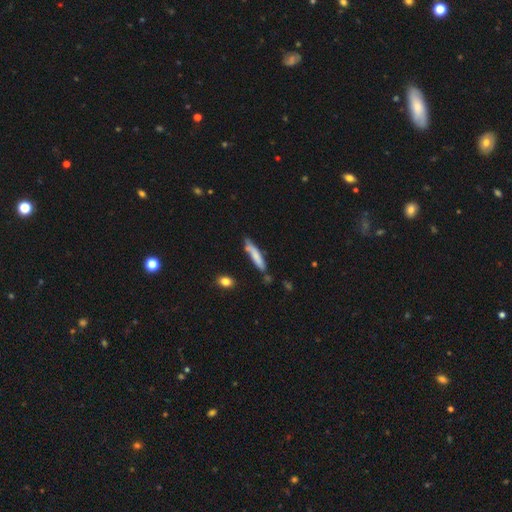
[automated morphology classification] smooth_or_featured: smooth (p=0.70) [alt: featured or disk p=0.24]
how_rounded: cigar-shaped (p=0.86) [alt: in between p=0.12]
merging: none (p=0.63) [alt: minor disturbance p=0.24]